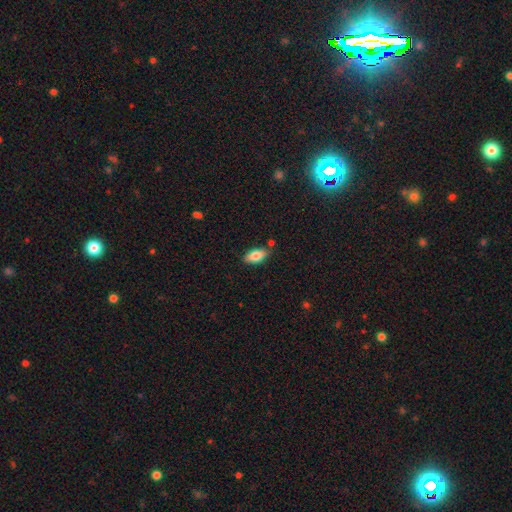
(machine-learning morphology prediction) smooth_or_featured: smooth (p=0.81) [alt: featured or disk p=0.12]
how_rounded: in between (p=0.90) [alt: cigar-shaped p=0.07]
merging: none (p=0.81) [alt: minor disturbance p=0.12]